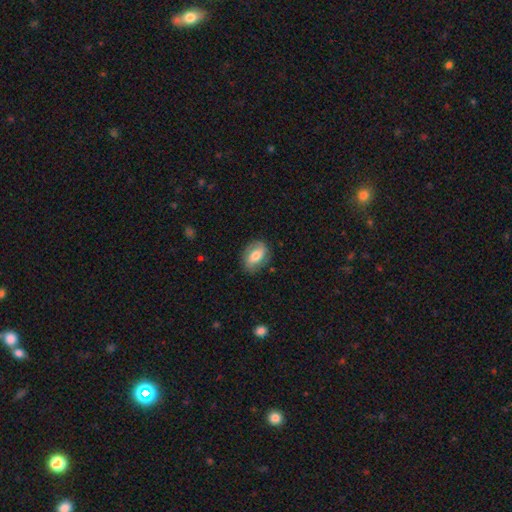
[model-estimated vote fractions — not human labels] Smooth or featured? smooth (53%)
How rounded? in between (81%)
Merging? none (79%)